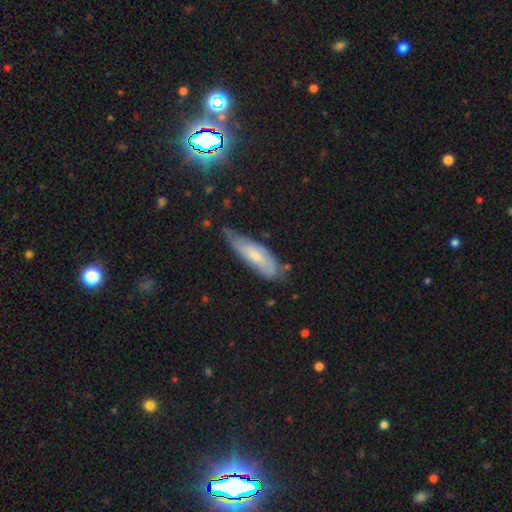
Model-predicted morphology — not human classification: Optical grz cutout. It shows a smooth galaxy with no disk features (49%). Merging: none (50%).